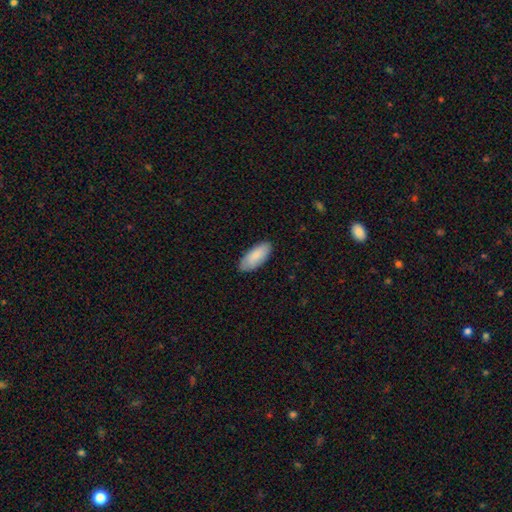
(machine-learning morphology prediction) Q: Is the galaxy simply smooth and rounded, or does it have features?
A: smooth — 87%.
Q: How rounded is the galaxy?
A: in between — 86%.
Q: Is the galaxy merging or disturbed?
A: none — 86%.